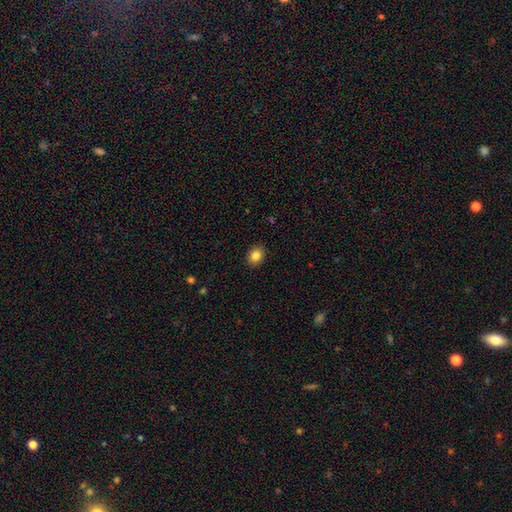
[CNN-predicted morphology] smooth 85%, star or artifact 10%, featured or disk 5%. Down the decision tree: how rounded — round (58%); merging — none (90%).